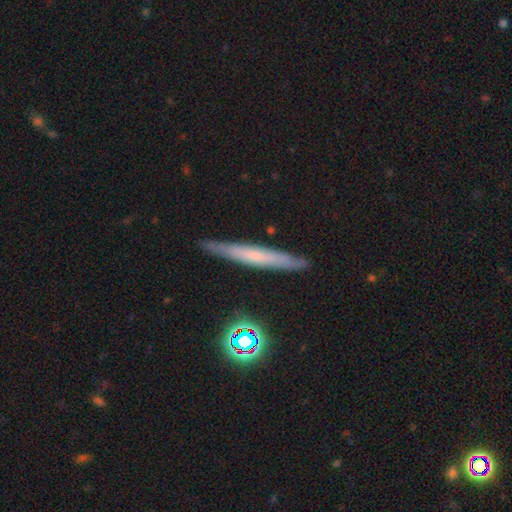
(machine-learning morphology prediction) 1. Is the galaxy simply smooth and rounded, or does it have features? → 46% featured or disk, 45% smooth, 9% star or artifact.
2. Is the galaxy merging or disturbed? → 88% none, 9% minor disturbance, 2% major disturbance, 2% merger.